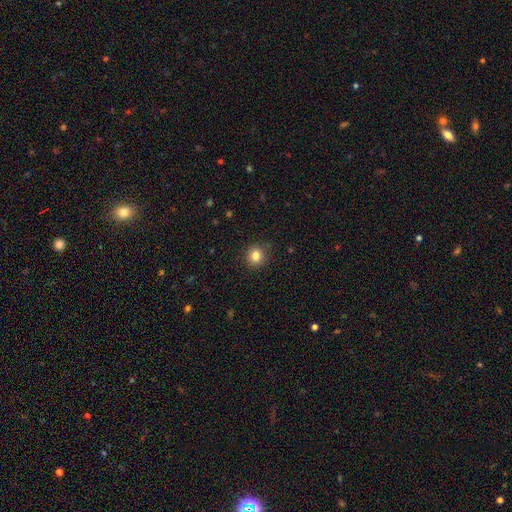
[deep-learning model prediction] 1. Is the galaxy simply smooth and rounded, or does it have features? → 82% smooth, 12% star or artifact, 6% featured or disk.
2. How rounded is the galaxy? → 91% round, 8% in between, 1% cigar-shaped.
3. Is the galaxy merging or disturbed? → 90% none, 7% minor disturbance, 2% major disturbance, 1% merger.